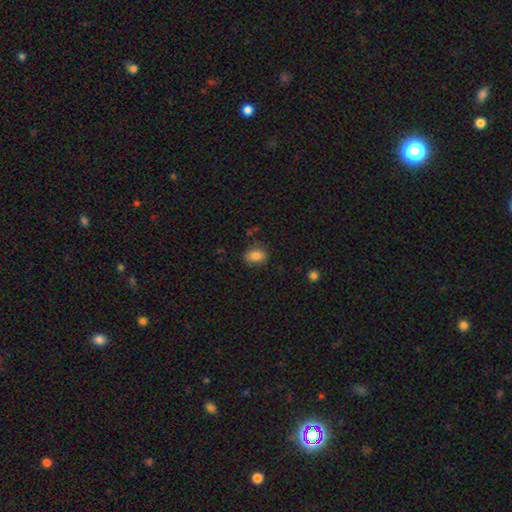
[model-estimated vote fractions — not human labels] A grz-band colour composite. It shows a smooth galaxy with no disk features (84%) that is in between round and cigar-shaped (71%). Merging: none (82%).